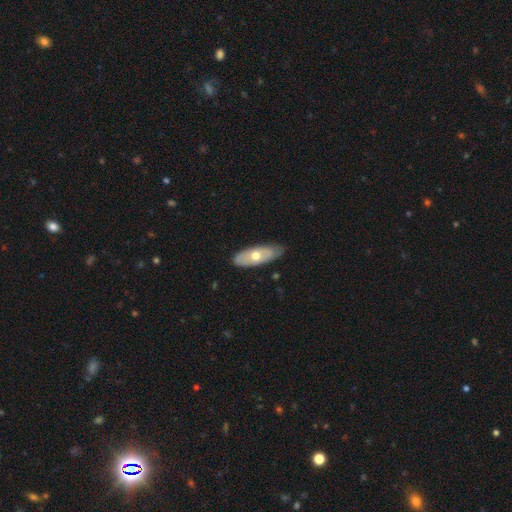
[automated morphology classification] A smooth galaxy with no disk features (50%) that is in between round and cigar-shaped (76%). Merging: none (78%).